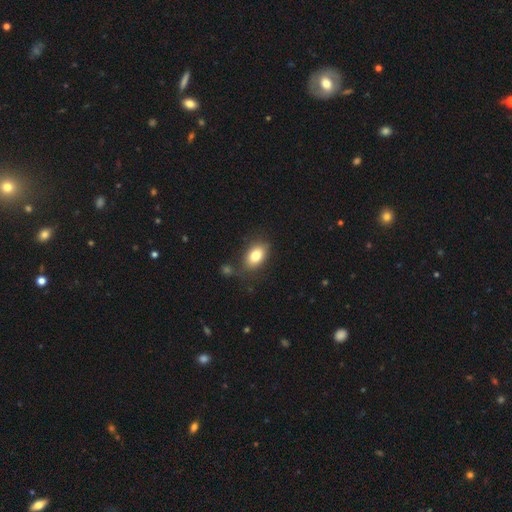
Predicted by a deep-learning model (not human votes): Overall: smooth (80%). How rounded: in between (85%). Merging: none (74%).